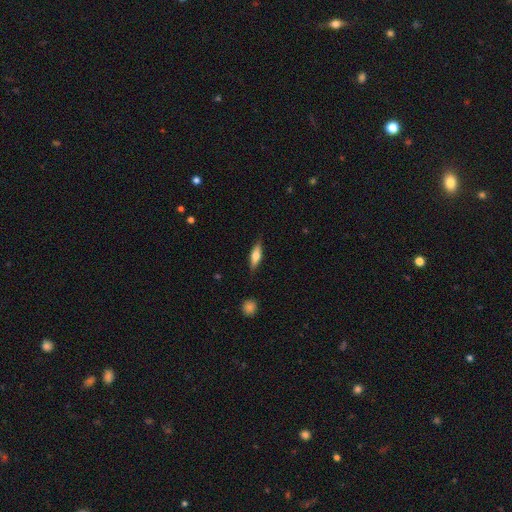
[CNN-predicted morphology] Smooth or featured?
  - smooth: 57% *
  - featured or disk: 37%
  - star or artifact: 6%
How rounded?
  - cigar-shaped: 54% *
  - in between: 44%
  - round: 3%
Merging?
  - none: 86% *
  - minor disturbance: 11%
  - major disturbance: 2%
  - merger: 1%